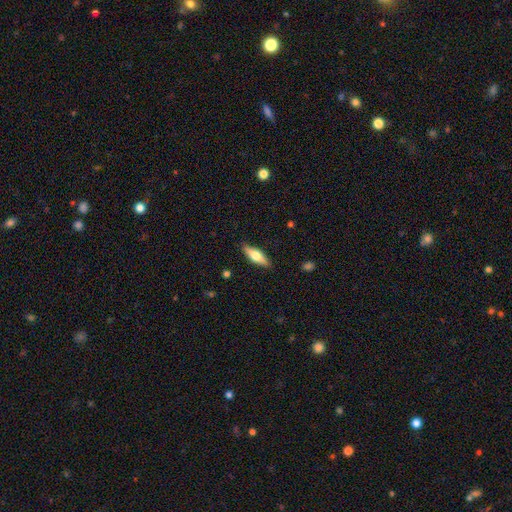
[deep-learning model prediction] Q: Smooth or featured?
A: smooth (54%); runner-up: featured or disk (40%)
Q: How rounded?
A: in between (52%); runner-up: cigar-shaped (46%)
Q: Merging?
A: none (87%); runner-up: minor disturbance (9%)